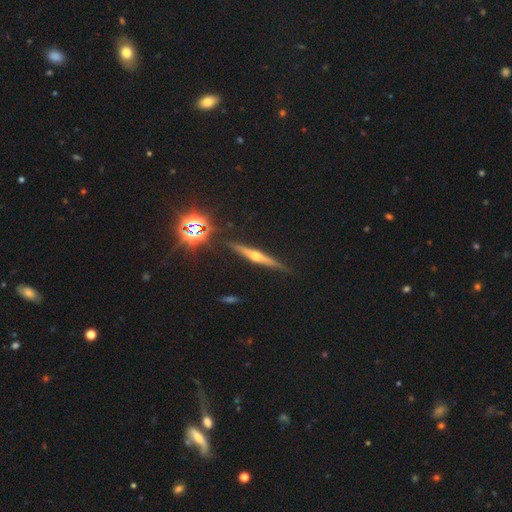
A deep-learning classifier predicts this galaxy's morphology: Smooth or featured? featured or disk (73%)
Edge-on disk? yes (98%)
Edge-on bulge? rounded (91%)
Merging? none (89%)